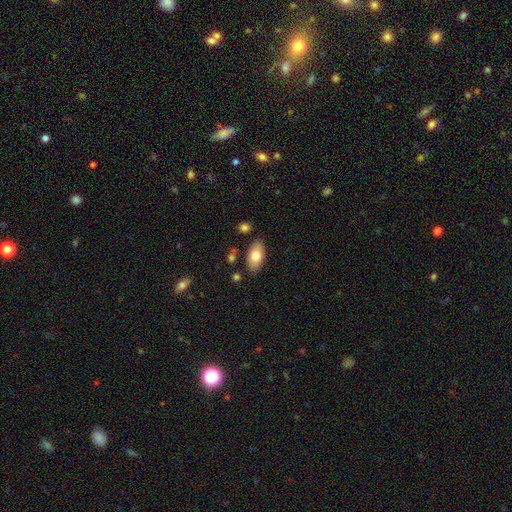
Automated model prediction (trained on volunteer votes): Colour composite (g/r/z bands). It shows a smooth galaxy with no disk features (75%) that is in between round and cigar-shaped (93%). Merging: none (84%).